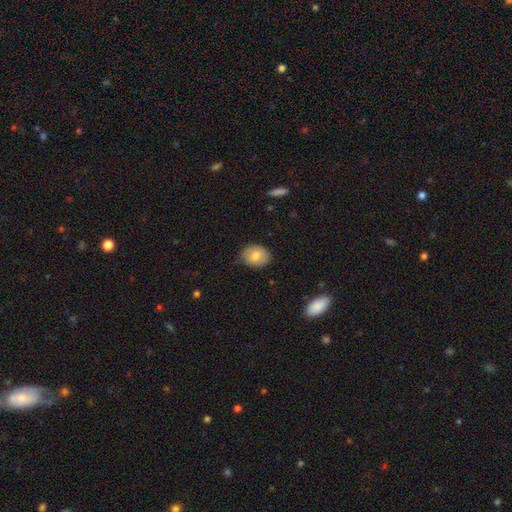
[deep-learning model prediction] Smooth or featured?
  - smooth: 78% *
  - featured or disk: 14%
  - star or artifact: 8%
How rounded?
  - in between: 56% *
  - round: 43%
  - cigar-shaped: 1%
Merging?
  - none: 78% *
  - minor disturbance: 18%
  - major disturbance: 3%
  - merger: 1%